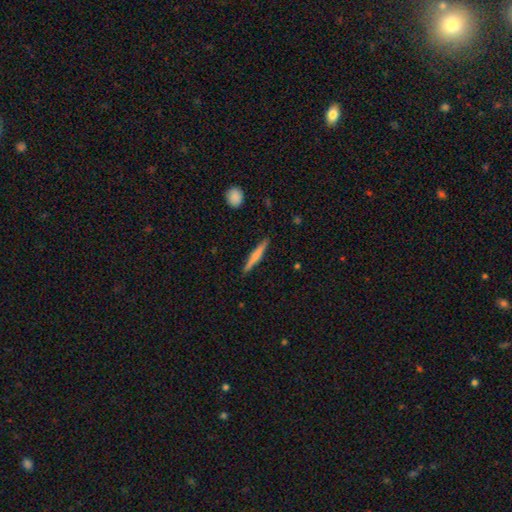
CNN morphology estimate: Smooth or featured? Predicted: smooth (p=0.54). How rounded? Predicted: cigar-shaped (p=0.94). Merging? Predicted: none (p=0.90).